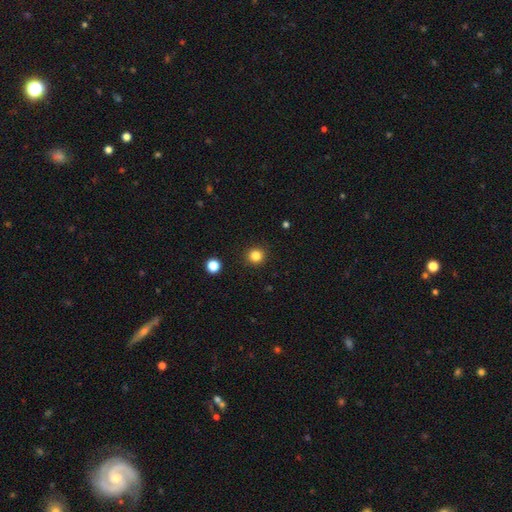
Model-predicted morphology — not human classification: Smooth or featured?
  - smooth: 83% *
  - star or artifact: 13%
  - featured or disk: 4%
How rounded?
  - round: 94% *
  - in between: 5%
  - cigar-shaped: 1%
Merging?
  - none: 92% *
  - minor disturbance: 5%
  - major disturbance: 2%
  - merger: 1%